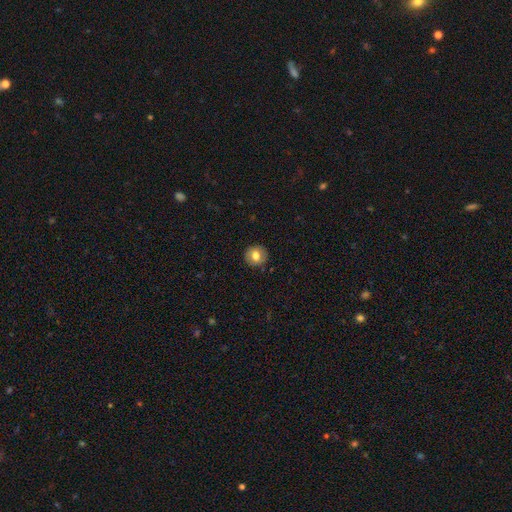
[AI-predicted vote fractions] This is likely a smooth galaxy (77%). How rounded: clearly round (91%). Merging: clearly none (91%).